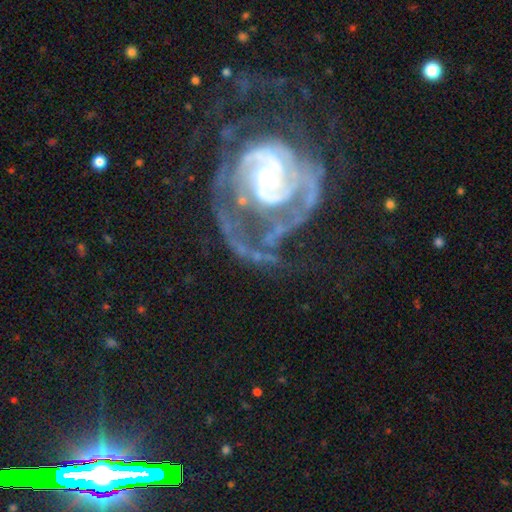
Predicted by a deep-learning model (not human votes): The model was most divided on "spiral arm count": can't tell: 33%, 2: 32%, 1: 14%, 3: 9%, 4: 6%, more than 4: 6%. Remaining: edge-on disk — no (97%); smooth or featured — featured or disk (81%); spiral arms — yes (80%); bar — no (64%); bulge size — small (54%); spiral winding — tight (51%); merging — major disturbance (43%).